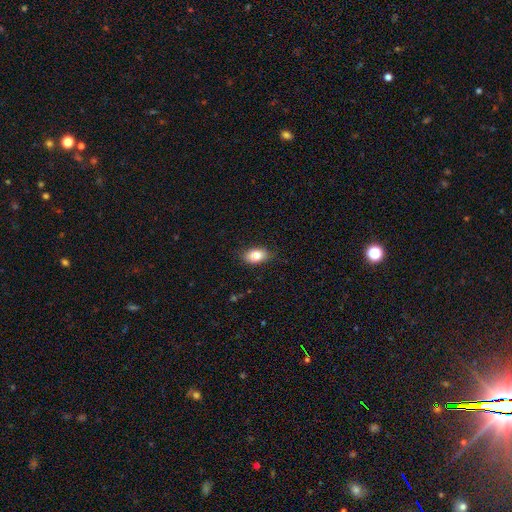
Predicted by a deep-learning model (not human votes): smooth 84%, star or artifact 8%, featured or disk 8%. Down the decision tree: how rounded — in between (86%); merging — none (83%).